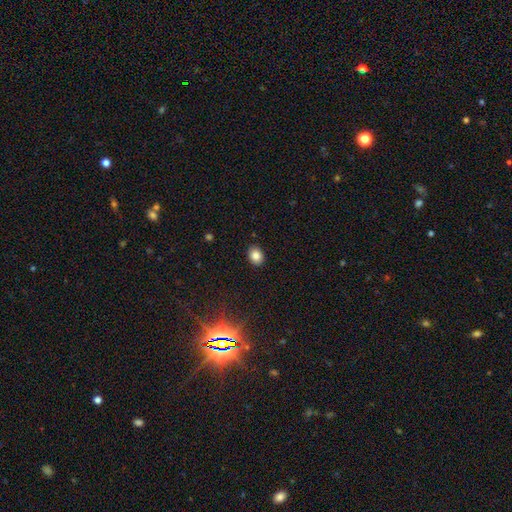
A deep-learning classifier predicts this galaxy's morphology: type=smooth (84%); roundness=in between (57%); merging=none (90%).